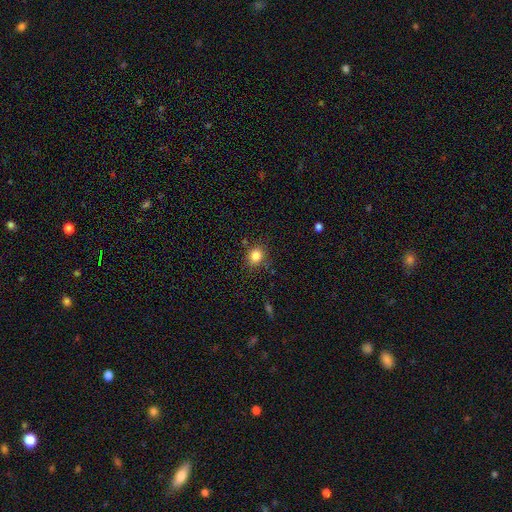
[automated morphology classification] smooth 84%, star or artifact 11%, featured or disk 5%. Down the decision tree: how rounded — round (69%); merging — none (81%).